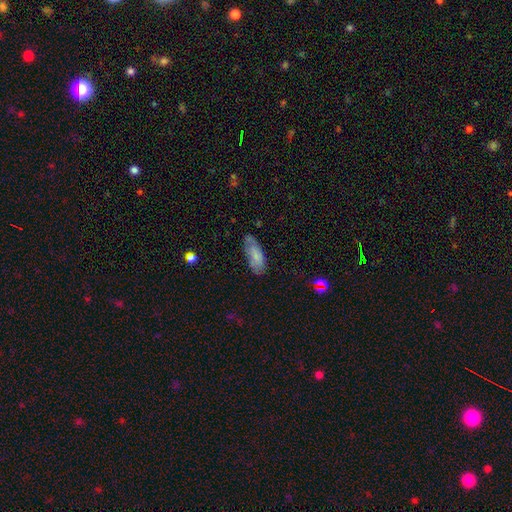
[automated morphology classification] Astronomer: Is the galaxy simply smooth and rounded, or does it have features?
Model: smooth — 71%.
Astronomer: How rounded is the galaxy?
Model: in between — 73%.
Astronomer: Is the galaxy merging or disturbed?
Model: none — 66%.